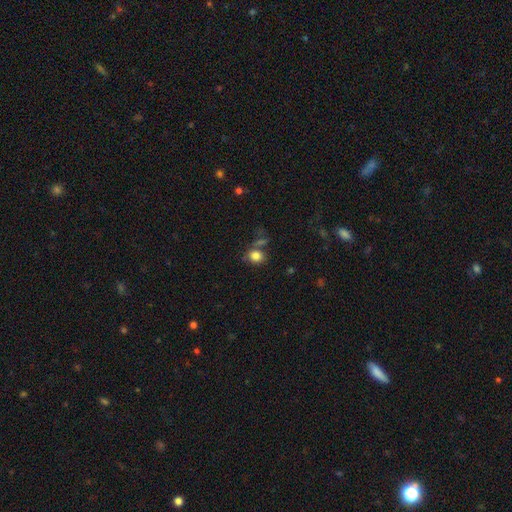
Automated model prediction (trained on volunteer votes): Smooth or featured? Predicted: smooth (p=0.81). How rounded? Predicted: round (p=0.59). Merging? Predicted: none (p=0.64).